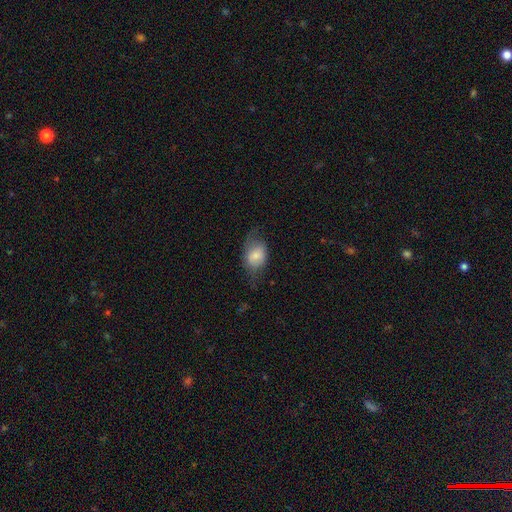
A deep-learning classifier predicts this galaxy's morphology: Smooth or featured?
  - smooth: 64% *
  - featured or disk: 28%
  - star or artifact: 8%
How rounded?
  - in between: 68% *
  - round: 30%
  - cigar-shaped: 2%
Merging?
  - none: 52% *
  - minor disturbance: 28%
  - major disturbance: 18%
  - merger: 1%